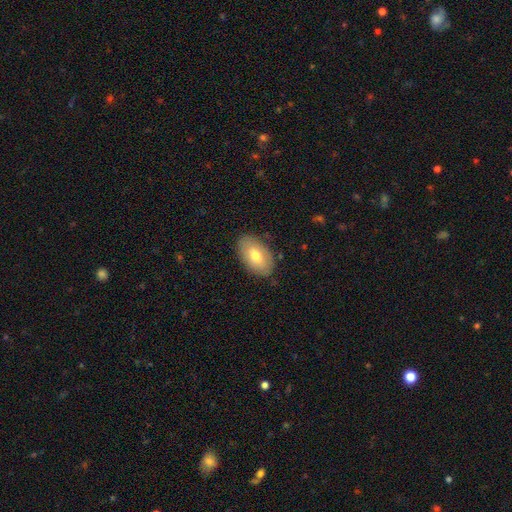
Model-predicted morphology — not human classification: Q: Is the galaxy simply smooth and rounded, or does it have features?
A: smooth — 70%.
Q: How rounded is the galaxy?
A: in between — 93%.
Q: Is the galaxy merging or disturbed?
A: none — 84%.